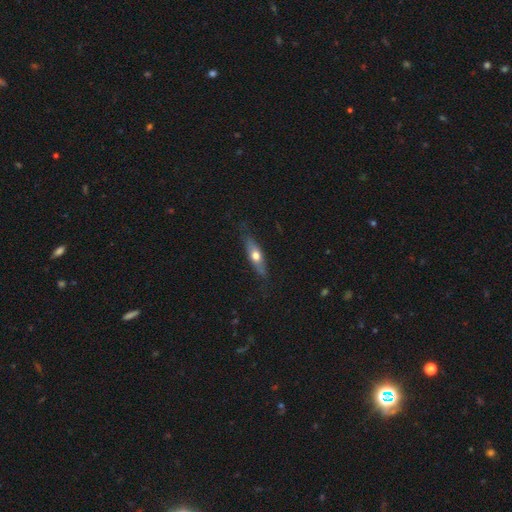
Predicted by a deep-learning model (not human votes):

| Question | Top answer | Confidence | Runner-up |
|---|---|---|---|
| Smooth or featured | smooth | 53% | featured or disk (41%) |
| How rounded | cigar-shaped | 55% | in between (41%) |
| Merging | none | 79% | minor disturbance (16%) |